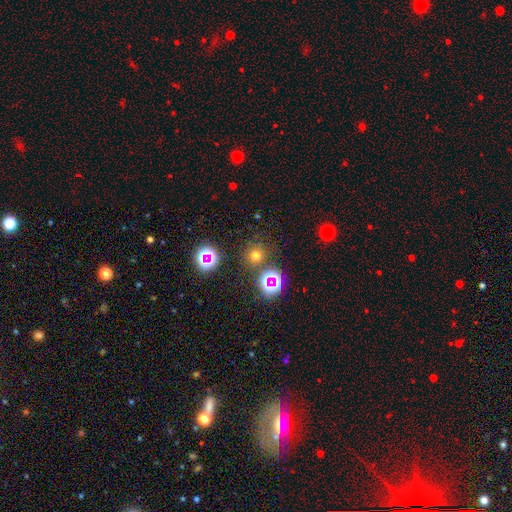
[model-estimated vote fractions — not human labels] This is likely a smooth galaxy (62%). How rounded: clearly round (93%). Merging: clearly none (81%).